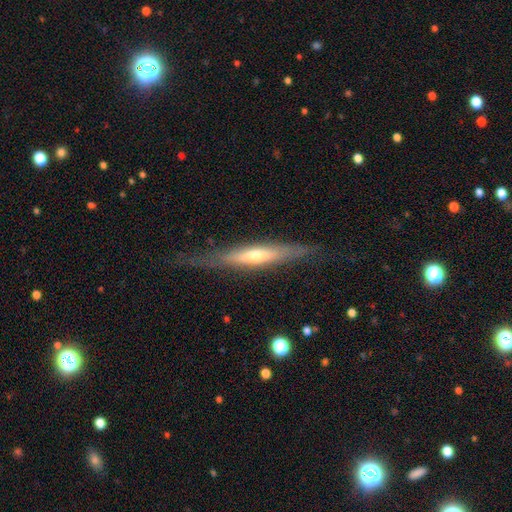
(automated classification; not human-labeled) Smooth or featured: featured or disk — 66% (smooth — 28%)
Edge-on disk: yes — 90% (no — 10%)
Edge-on bulge: rounded — 71% (none — 22%)
Merging: none — 75% (minor disturbance — 17%)